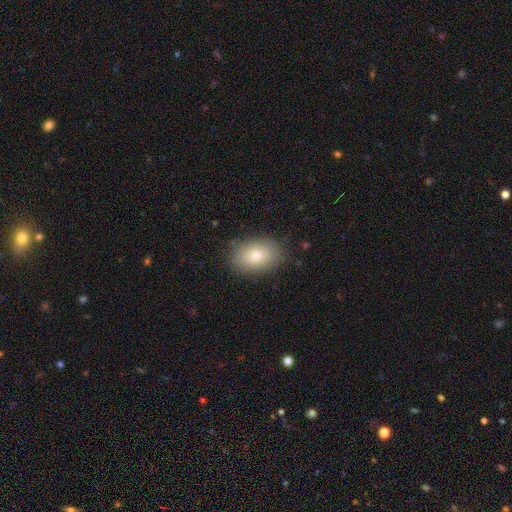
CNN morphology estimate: A smooth galaxy with no disk features (75%) that is in between round and cigar-shaped (81%). Merging: none (85%).